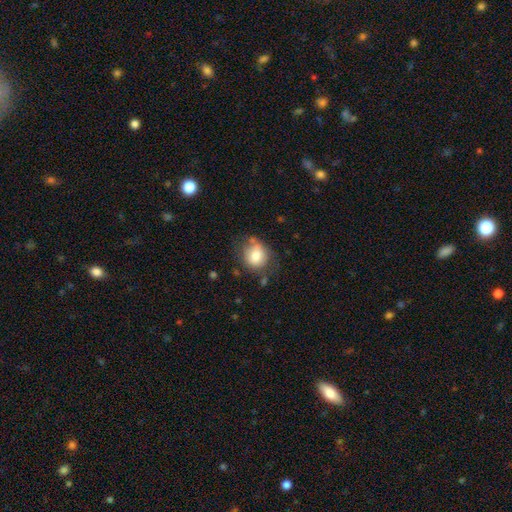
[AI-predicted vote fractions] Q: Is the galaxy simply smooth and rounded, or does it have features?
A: smooth — 78%.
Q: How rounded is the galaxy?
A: round — 75%.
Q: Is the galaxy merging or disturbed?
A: none — 64%.